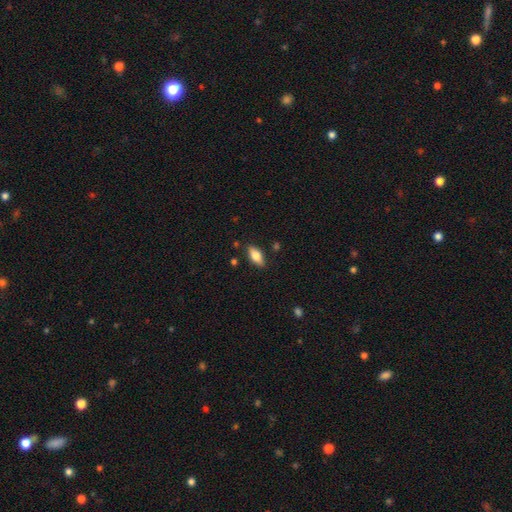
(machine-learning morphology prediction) Q: Smooth or featured?
A: smooth (75%); runner-up: featured or disk (18%)
Q: How rounded?
A: in between (84%); runner-up: cigar-shaped (13%)
Q: Merging?
A: none (85%); runner-up: minor disturbance (10%)